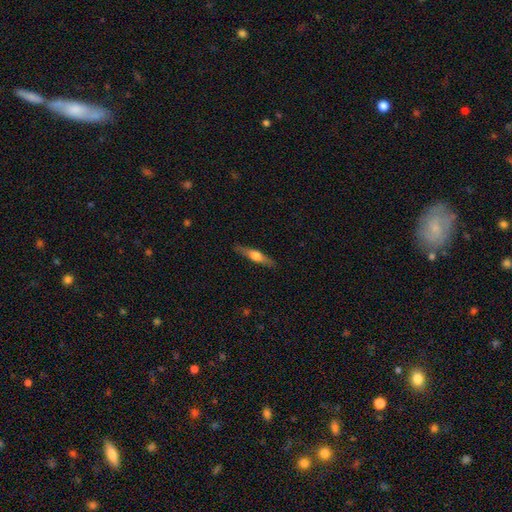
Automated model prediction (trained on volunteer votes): Smooth or featured: featured or disk — 54% (smooth — 40%)
Edge-on disk: yes — 94% (no — 6%)
Edge-on bulge: rounded — 89% (boxy — 7%)
Merging: none — 88% (minor disturbance — 9%)